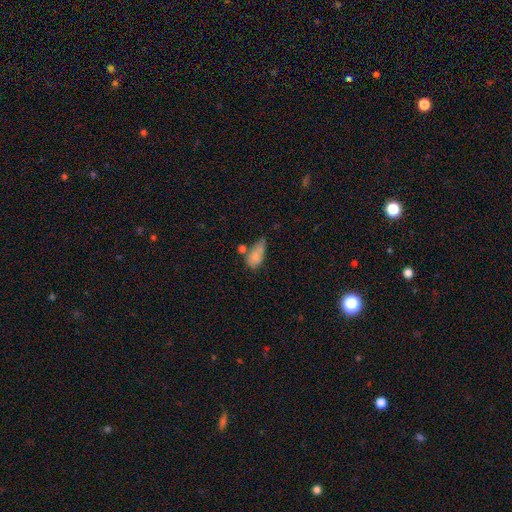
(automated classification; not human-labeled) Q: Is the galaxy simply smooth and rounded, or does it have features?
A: smooth — 75%.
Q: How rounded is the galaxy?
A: in between — 85%.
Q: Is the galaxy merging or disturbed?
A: minor disturbance — 34%.